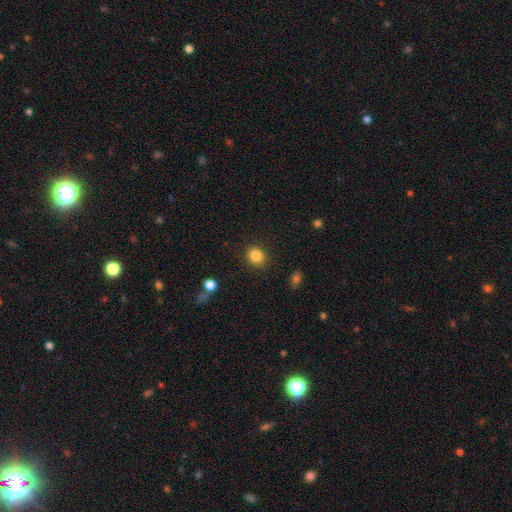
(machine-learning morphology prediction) type=smooth (85%); roundness=round (75%); merging=none (89%).